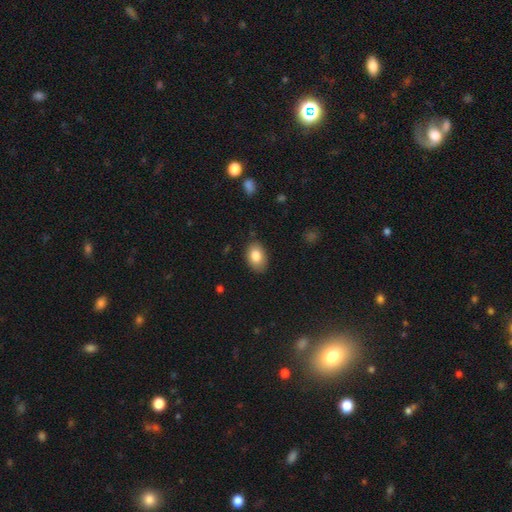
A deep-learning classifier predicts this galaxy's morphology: Overall: smooth (83%). How rounded: in between (85%). Merging: none (83%).